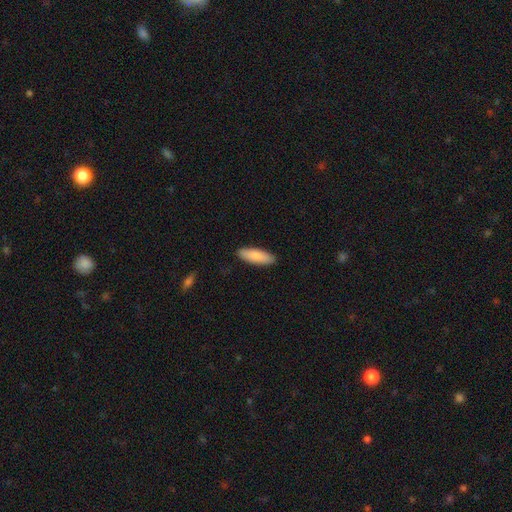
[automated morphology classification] Smooth or featured? Predicted: smooth (p=0.87). How rounded? Predicted: in between (p=0.58). Merging? Predicted: none (p=0.90).